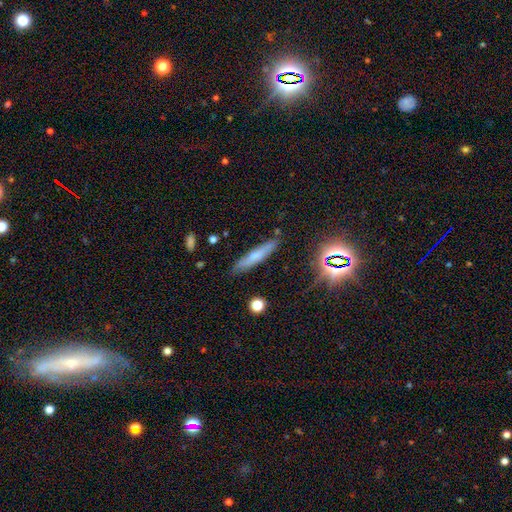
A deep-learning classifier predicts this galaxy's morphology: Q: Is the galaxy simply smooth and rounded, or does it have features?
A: smooth — 55%.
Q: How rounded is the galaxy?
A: cigar-shaped — 87%.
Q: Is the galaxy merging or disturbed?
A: none — 83%.